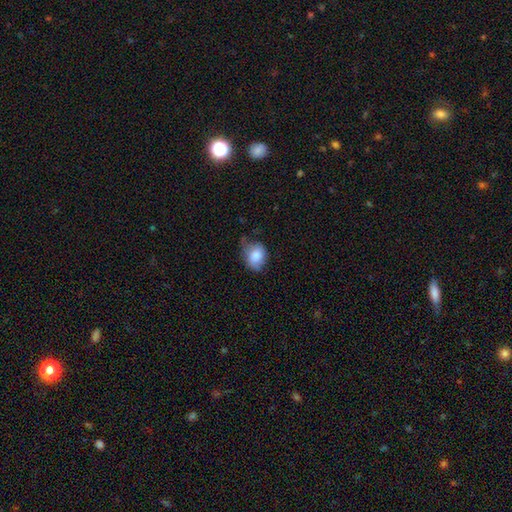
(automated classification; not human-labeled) Smooth or featured: smooth — 79% (featured or disk — 13%)
How rounded: in between — 59% (round — 40%)
Merging: none — 49% (minor disturbance — 37%)